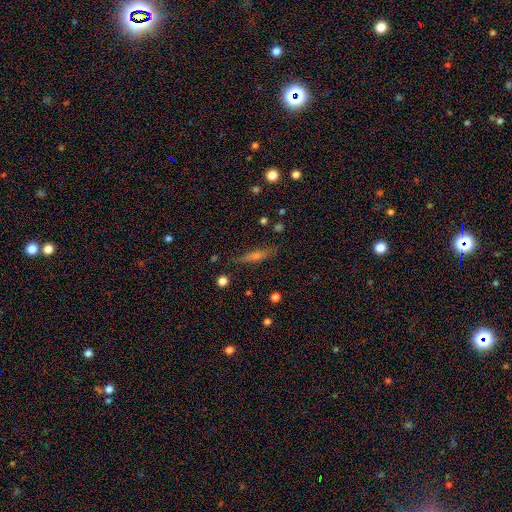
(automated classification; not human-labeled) Smooth or featured: featured or disk — 48% (smooth — 38%)
Merging: none — 82% (minor disturbance — 12%)